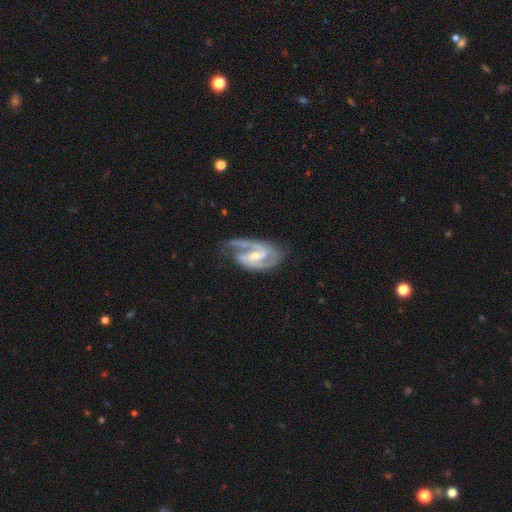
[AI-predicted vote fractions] smooth_or_featured: featured or disk (p=0.90) [alt: smooth p=0.06]
disk_edge_on: no (p=0.97) [alt: yes p=0.03]
bar: weak (p=0.49) [alt: strong p=0.28]
has_spiral_arms: yes (p=0.97) [alt: no p=0.03]
spiral_winding: medium (p=0.54) [alt: tight p=0.33]
spiral_arm_count: 2 (p=0.85) [alt: 3 p=0.04]
bulge_size: moderate (p=0.50) [alt: small p=0.42]
merging: none (p=0.61) [alt: minor disturbance p=0.23]